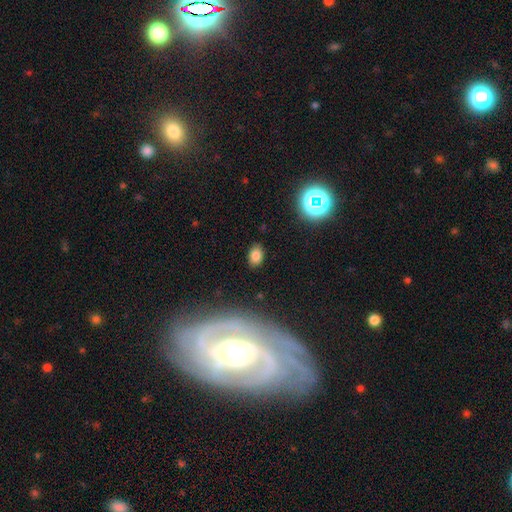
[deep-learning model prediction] Q: Smooth or featured?
A: smooth (80%); runner-up: star or artifact (13%)
Q: How rounded?
A: in between (79%); runner-up: round (19%)
Q: Merging?
A: none (85%); runner-up: minor disturbance (11%)